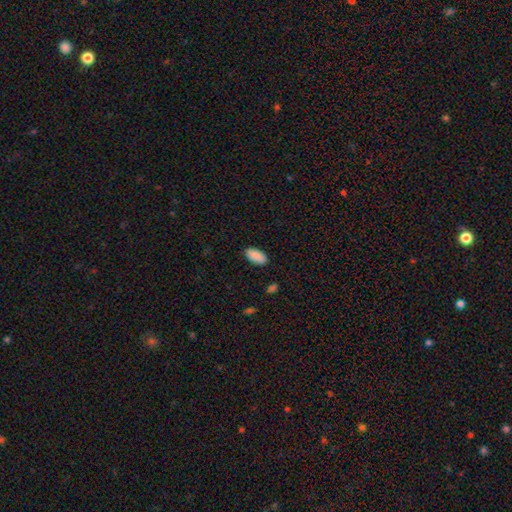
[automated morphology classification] This is clearly a smooth galaxy (90%). How rounded: clearly in between (94%). Merging: clearly none (88%).